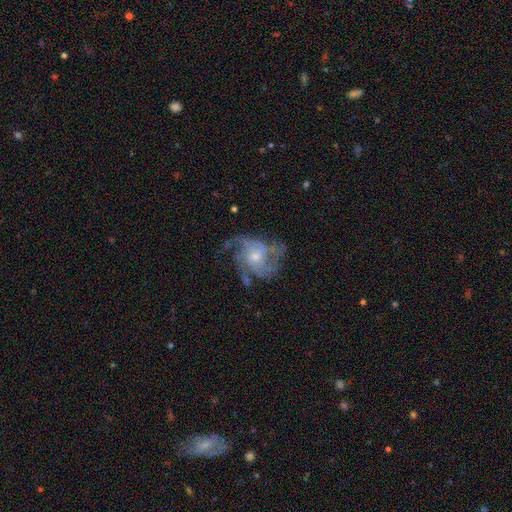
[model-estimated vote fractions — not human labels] Smooth or featured: featured or disk — 80% (smooth — 12%)
Edge-on disk: no — 98% (yes — 2%)
Bar: no — 74% (weak — 23%)
Spiral arms: yes — 88% (no — 12%)
Spiral winding: medium — 48% (loose — 27%)
Spiral arm count: 3 — 31% (can't tell — 23%)
Bulge size: small — 54% (moderate — 39%)
Merging: none — 52% (major disturbance — 23%)